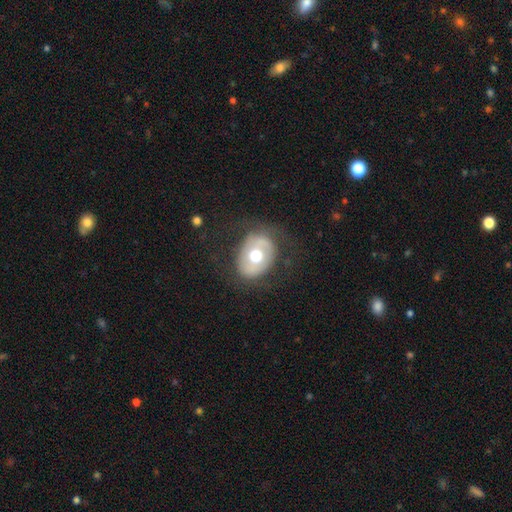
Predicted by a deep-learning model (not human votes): This appears to be a smooth galaxy with no disk features (50%). Merging: none (71%).